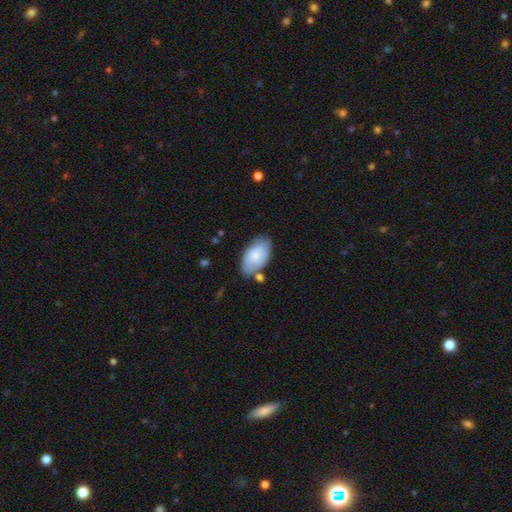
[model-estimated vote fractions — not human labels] Smooth or featured: smooth — 74% (featured or disk — 20%)
How rounded: in between — 95% (round — 3%)
Merging: none — 68% (minor disturbance — 19%)